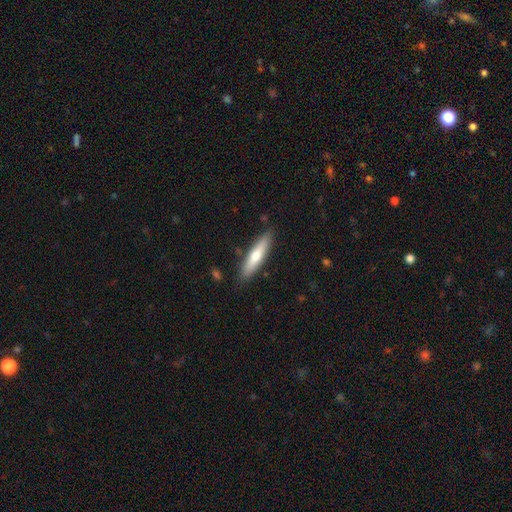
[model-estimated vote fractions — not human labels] This appears to be a smooth galaxy with no disk features (64%) that is cigar-shaped (78%). Merging: none (86%).